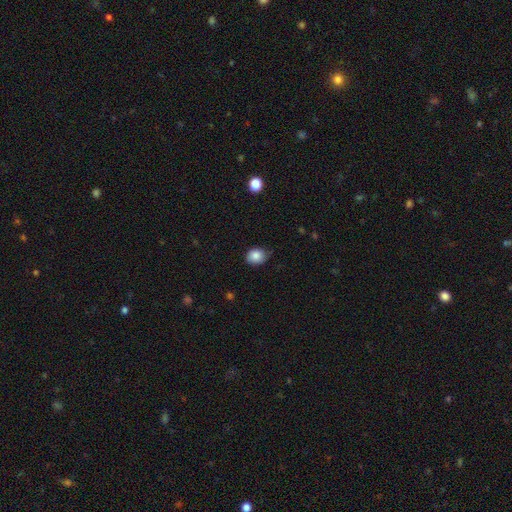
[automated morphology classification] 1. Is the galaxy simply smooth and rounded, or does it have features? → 85% smooth, 9% star or artifact, 6% featured or disk.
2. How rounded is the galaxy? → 62% round, 37% in between, 1% cigar-shaped.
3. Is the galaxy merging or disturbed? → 69% none, 26% minor disturbance, 4% major disturbance, 1% merger.